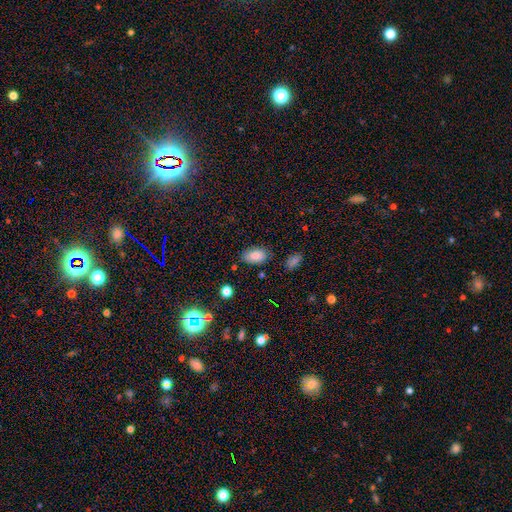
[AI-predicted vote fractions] This is clearly a smooth galaxy (84%). How rounded: clearly in between (93%). Merging: likely none (77%).